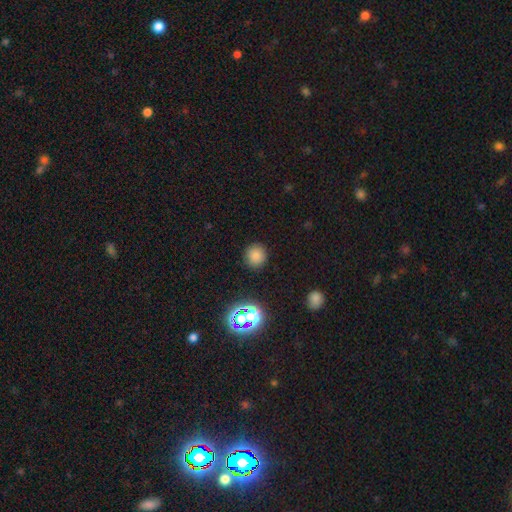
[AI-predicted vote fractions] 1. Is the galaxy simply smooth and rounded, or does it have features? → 79% smooth, 16% star or artifact, 5% featured or disk.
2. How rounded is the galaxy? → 91% round, 8% in between, 1% cigar-shaped.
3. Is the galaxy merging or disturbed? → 89% none, 7% minor disturbance, 2% major disturbance, 1% merger.